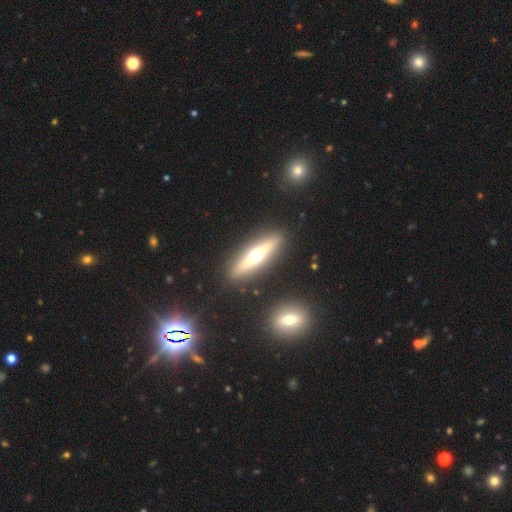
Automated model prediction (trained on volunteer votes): Overall: featured or disk (59%; smooth 34%). Edge-on disk: yes (90%). Edge-on bulge: rounded (95%). Merging: none (88%).